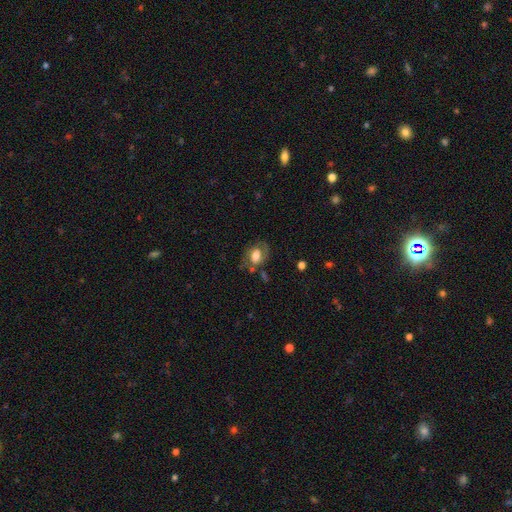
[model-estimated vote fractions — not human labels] Morphology: type=smooth (57%); roundness=in between (74%); merging=none (54%).